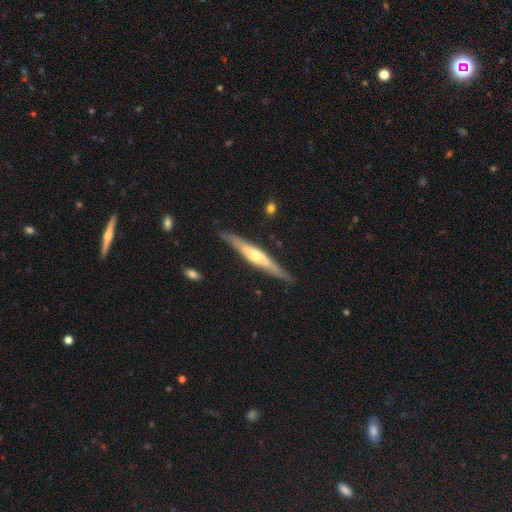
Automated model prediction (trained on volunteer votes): Smooth or featured: featured or disk — 66% (smooth — 28%)
Edge-on disk: yes — 93% (no — 7%)
Edge-on bulge: rounded — 77% (none — 14%)
Merging: none — 86% (minor disturbance — 11%)